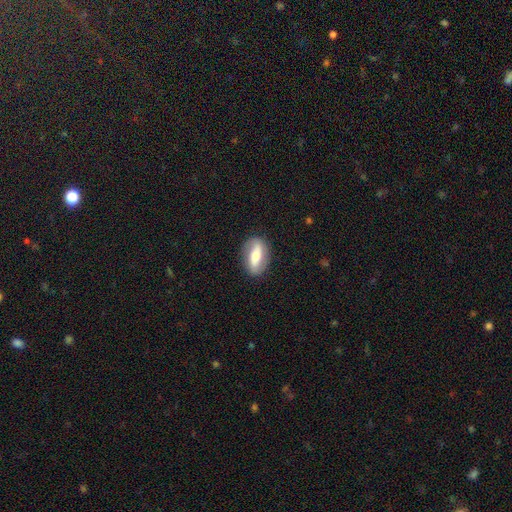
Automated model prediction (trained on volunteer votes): This is possibly a featured or disk galaxy (50%). It is likely not viewed edge-on (79%). Merging: clearly none (85%).